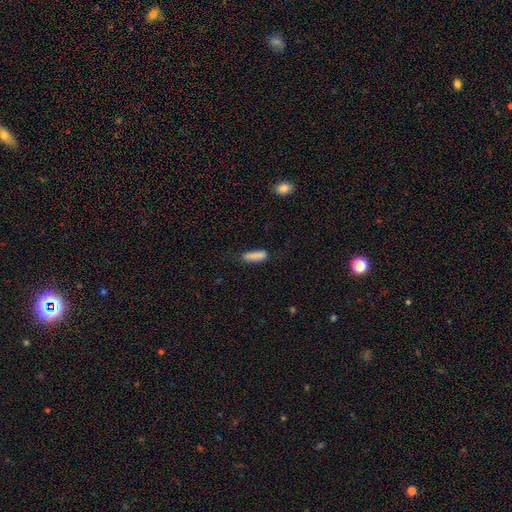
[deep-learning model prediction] A smooth galaxy with no disk features (87%) that is cigar-shaped (54%).

Vote fractions:
- Smooth or featured? smooth: 87% / star or artifact: 8% / featured or disk: 6%
- How rounded? cigar-shaped: 54% / in between: 44% / round: 2%
- Merging? none: 70% / minor disturbance: 22% / major disturbance: 6% / merger: 2%